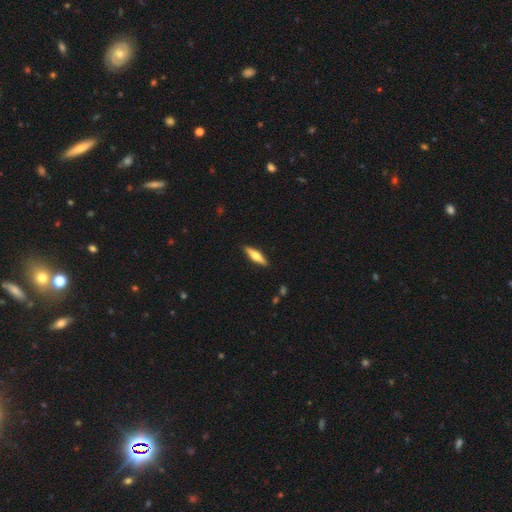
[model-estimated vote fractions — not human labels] Q: Smooth or featured?
A: featured or disk (48%); runner-up: smooth (47%)
Q: Merging?
A: none (89%); runner-up: minor disturbance (8%)